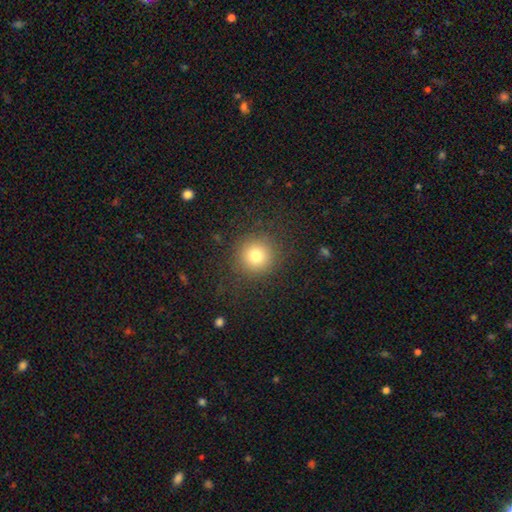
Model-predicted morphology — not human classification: Smooth or featured?
  - smooth: 77% *
  - star or artifact: 14%
  - featured or disk: 10%
How rounded?
  - round: 94% *
  - in between: 6%
  - cigar-shaped: 1%
Merging?
  - none: 86% *
  - minor disturbance: 8%
  - major disturbance: 5%
  - merger: 1%